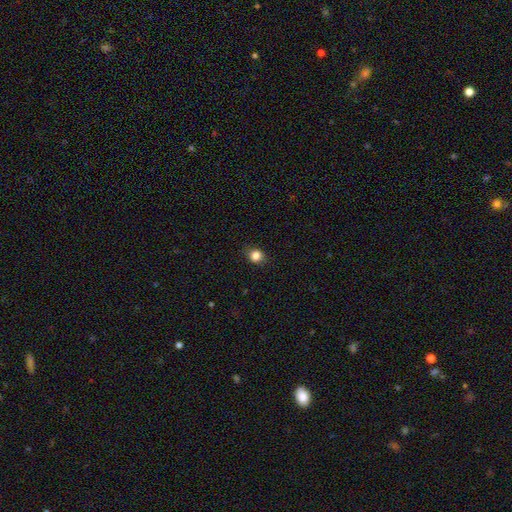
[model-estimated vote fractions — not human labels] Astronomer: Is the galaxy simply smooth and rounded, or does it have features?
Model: smooth — 84%.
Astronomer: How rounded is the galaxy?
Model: round — 76%.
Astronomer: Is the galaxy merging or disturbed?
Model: none — 86%.